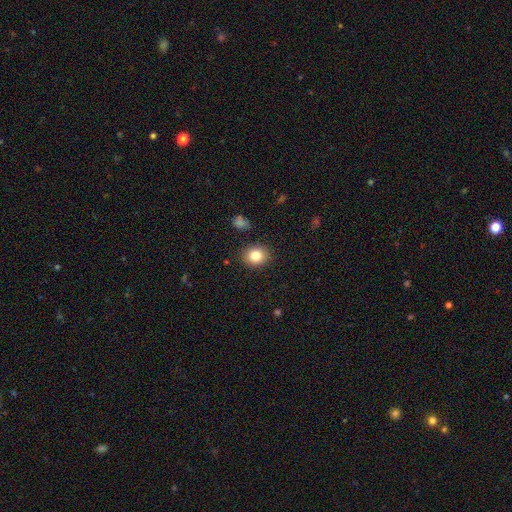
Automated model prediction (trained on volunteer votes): Morphology: type=smooth (83%); roundness=round (65%); merging=none (88%).